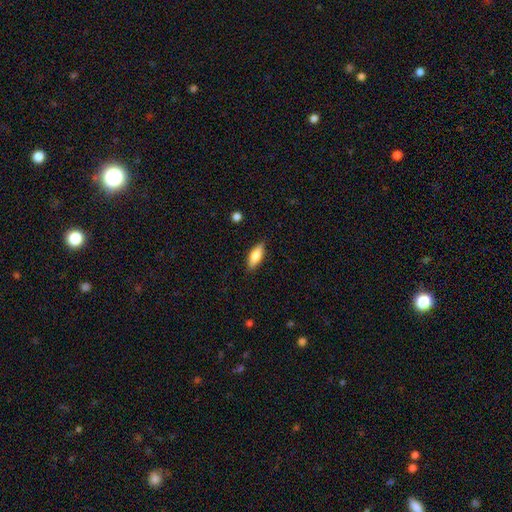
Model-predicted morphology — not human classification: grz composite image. It shows a smooth galaxy with no disk features (71%) that is in between round and cigar-shaped (67%). Merging: none (86%).